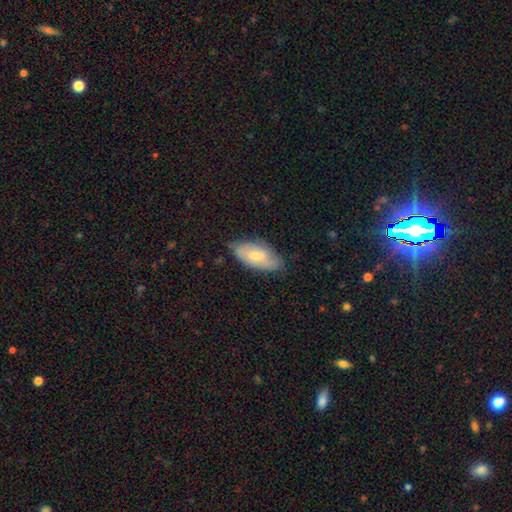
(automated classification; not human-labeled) The model was most divided on "smooth or featured": smooth: 62%, featured or disk: 32%, star or artifact: 6%. More confident: how rounded — in between (89%); merging — none (68%).